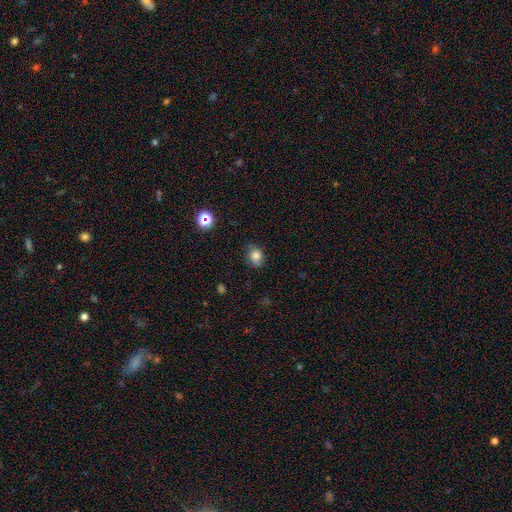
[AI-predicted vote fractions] This is likely a smooth galaxy (79%). How rounded: possibly round (54%). Merging: likely none (71%).